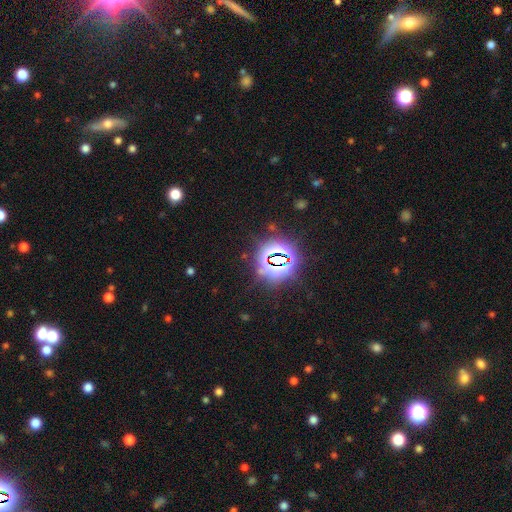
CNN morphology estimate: A star or artifact, not a galaxy (83%).

Vote fractions:
- Smooth or featured? star or artifact: 83% / smooth: 10% / featured or disk: 7%